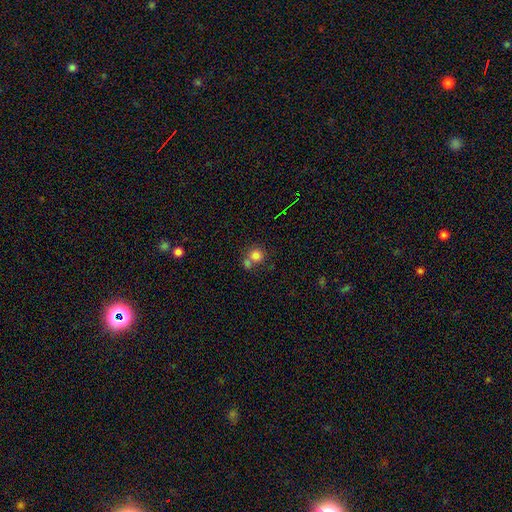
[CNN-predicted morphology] type=smooth (79%); roundness=round (86%); merging=none (47%).